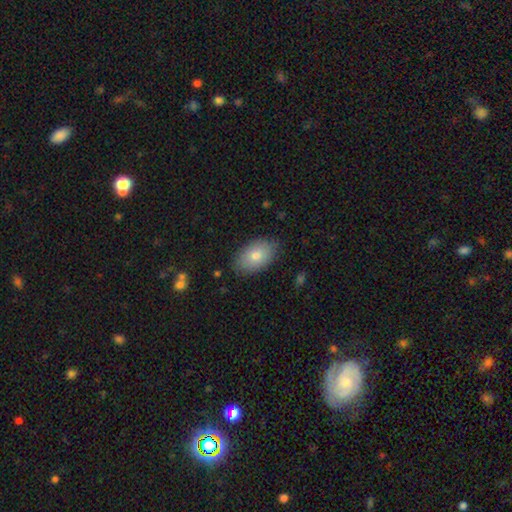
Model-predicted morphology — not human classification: Smooth or featured?
  - smooth: 78% *
  - featured or disk: 14%
  - star or artifact: 7%
How rounded?
  - in between: 91% *
  - round: 8%
  - cigar-shaped: 1%
Merging?
  - none: 85% *
  - minor disturbance: 12%
  - major disturbance: 2%
  - merger: 1%